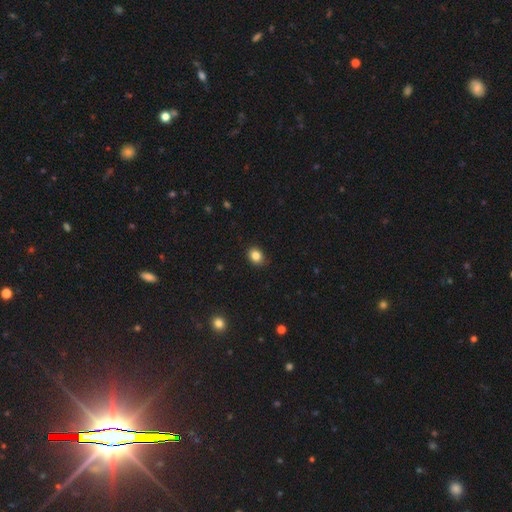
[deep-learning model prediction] Overall: smooth (84%). How rounded: round (56%; in between 43%). Merging: none (88%).